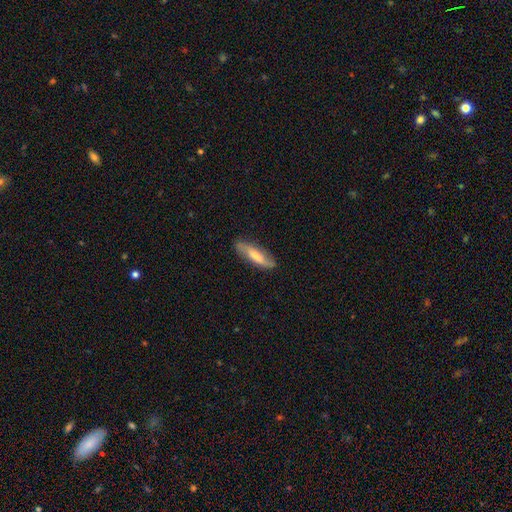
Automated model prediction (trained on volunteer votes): Morphology: type=smooth (49%); merging=none (82%).